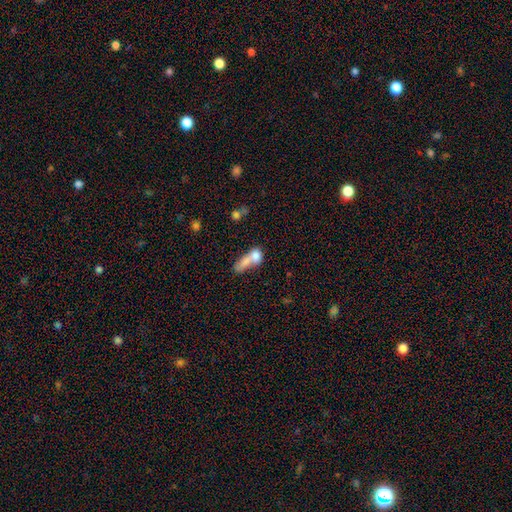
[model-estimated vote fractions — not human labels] The model was most divided on "how rounded": in between: 59%, round: 22%, cigar-shaped: 19%. More confident: smooth or featured — smooth (70%); merging — merger (64%).